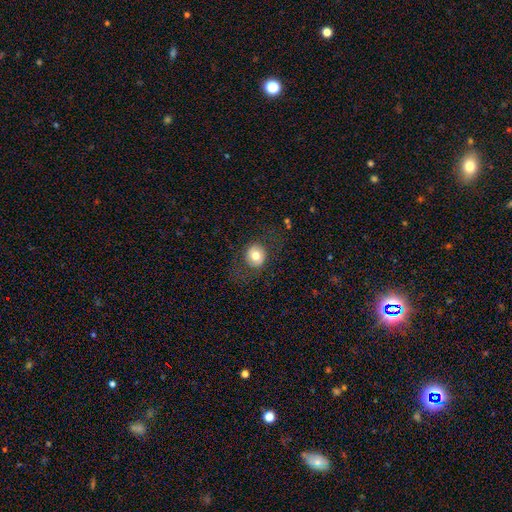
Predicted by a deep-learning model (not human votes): The model was most divided on "smooth or featured": smooth: 69%, featured or disk: 21%, star or artifact: 10%. More confident: merging — none (78%); how rounded — round (78%).